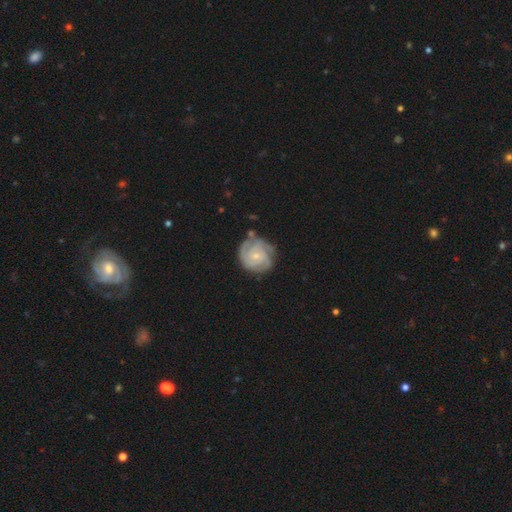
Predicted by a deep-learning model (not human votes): This is clearly a featured or disk galaxy (85%). It is clearly not viewed edge-on (98%). Bar: likely no (70%). Spiral arm pattern: clearly yes (97%). Spiral arm count: marginally 3 (39%). Spiral winding: likely tight (76%). Central bulge: likely small (68%). Merging: likely none (70%).